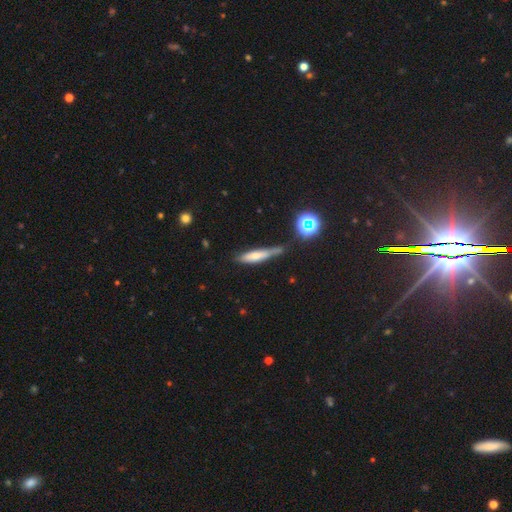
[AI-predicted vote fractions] This is possibly a smooth galaxy (60%). How rounded: likely cigar-shaped (79%). Merging: possibly none (50%).